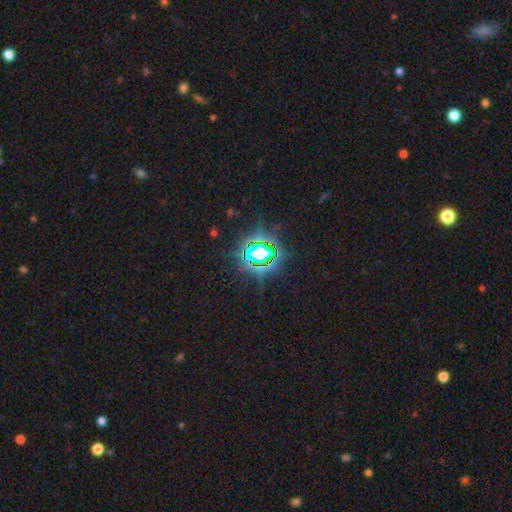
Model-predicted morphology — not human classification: Q: Smooth or featured?
A: star or artifact (80%); runner-up: smooth (11%)